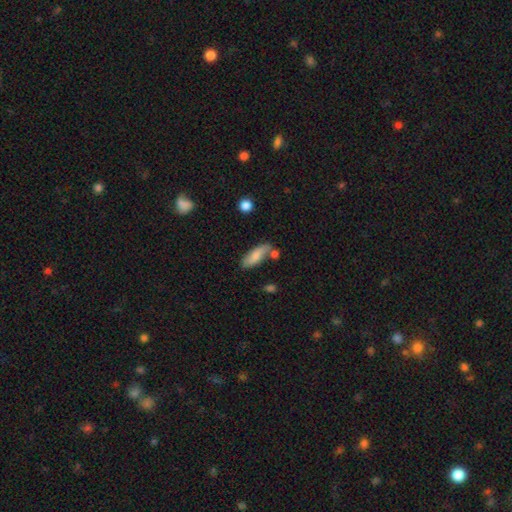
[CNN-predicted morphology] A smooth galaxy with no disk features (73%) that is in between round and cigar-shaped (60%).

Vote fractions:
- Smooth or featured? smooth: 73% / featured or disk: 20% / star or artifact: 7%
- How rounded? in between: 60% / cigar-shaped: 38% / round: 3%
- Merging? none: 60% / minor disturbance: 21% / merger: 13% / major disturbance: 6%